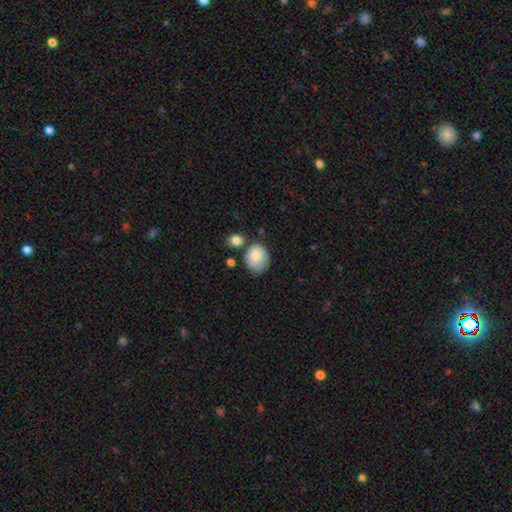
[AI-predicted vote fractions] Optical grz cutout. It shows a smooth galaxy with no disk features (82%) that is round (56%). Merging: none (52%).